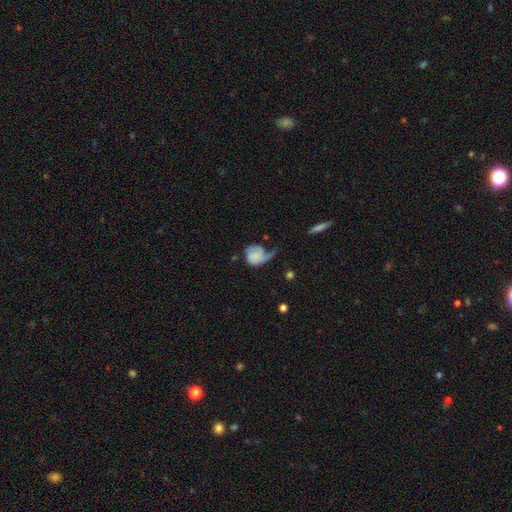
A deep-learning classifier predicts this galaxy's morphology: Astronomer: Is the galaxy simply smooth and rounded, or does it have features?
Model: smooth — 51% (runner-up: featured or disk, 41%).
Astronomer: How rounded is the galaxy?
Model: round — 61% (runner-up: in between, 38%).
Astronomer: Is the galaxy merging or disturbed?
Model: major disturbance — 43% (runner-up: minor disturbance, 29%).